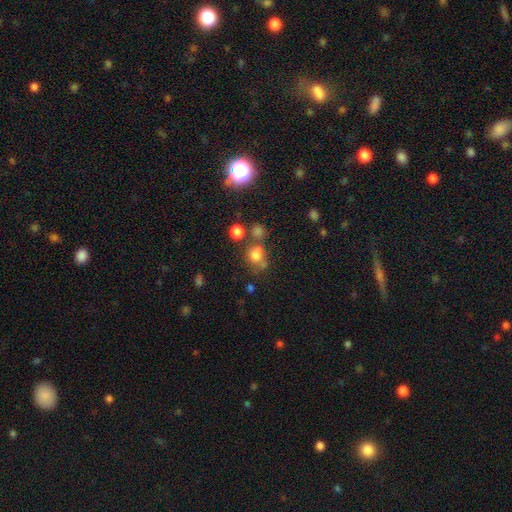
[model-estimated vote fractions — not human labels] Smooth or featured? Predicted: smooth (p=0.71). How rounded? Predicted: round (p=0.63). Merging? Predicted: none (p=0.46).